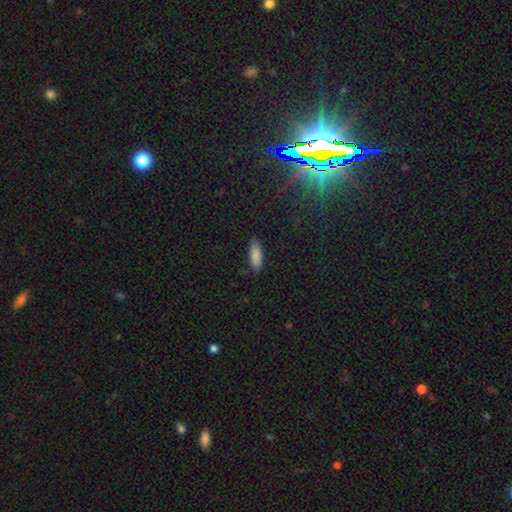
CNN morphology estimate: Overall: smooth (87%). How rounded: in between (71%). Merging: none (85%).